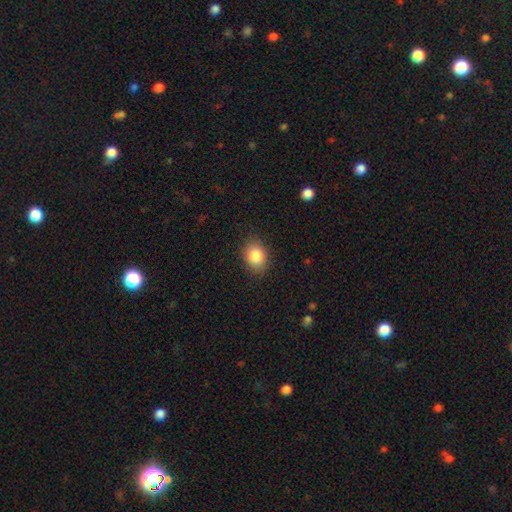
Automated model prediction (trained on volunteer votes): This is clearly a smooth galaxy (85%). How rounded: possibly in between (58%). Merging: clearly none (86%).